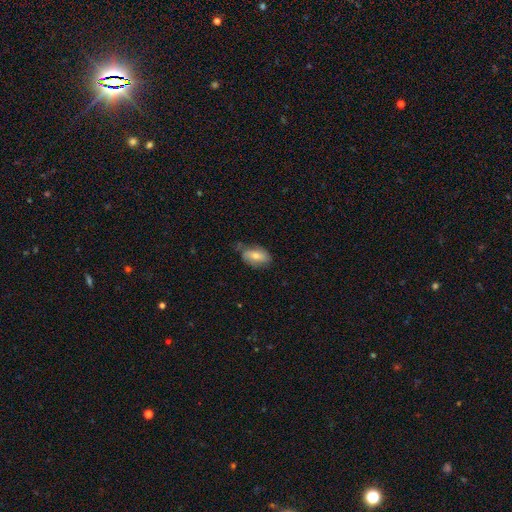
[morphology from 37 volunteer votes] Smooth or featured? smooth (65%)
How rounded? in between (92%)
Merging? minor disturbance (37%)